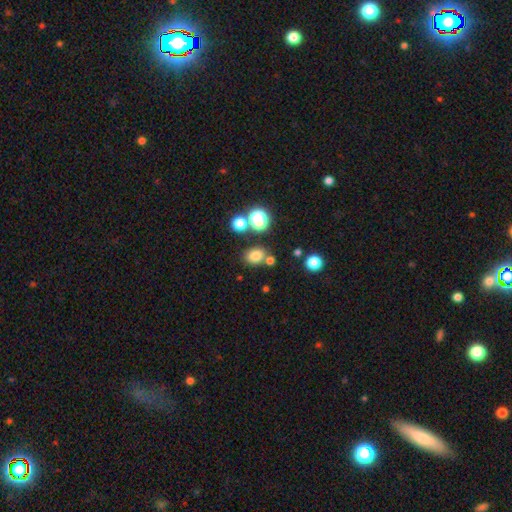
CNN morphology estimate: A smooth galaxy with no disk features (77%) that is in between round and cigar-shaped (54%).

Vote fractions:
- Smooth or featured? smooth: 77% / star or artifact: 16% / featured or disk: 8%
- How rounded? in between: 54% / round: 45% / cigar-shaped: 1%
- Merging? none: 70% / merger: 14% / minor disturbance: 12% / major disturbance: 4%